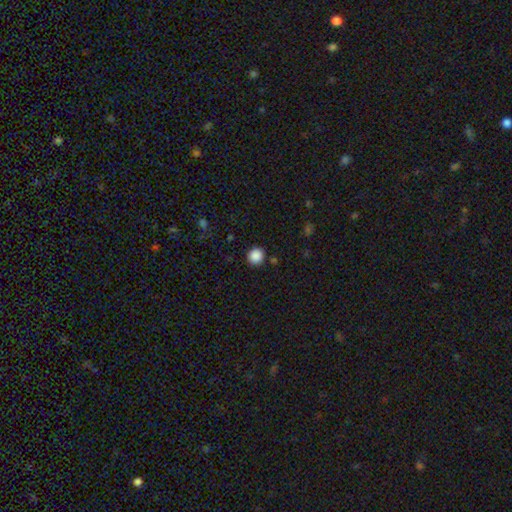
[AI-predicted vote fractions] This appears to be a smooth galaxy with no disk features (88%) that is round (93%). Merging: none (90%).